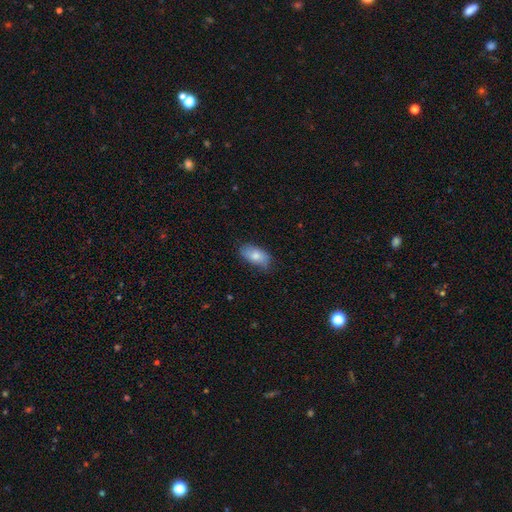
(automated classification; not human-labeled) Overall: smooth (80%). How rounded: in between (93%). Merging: none (75%).